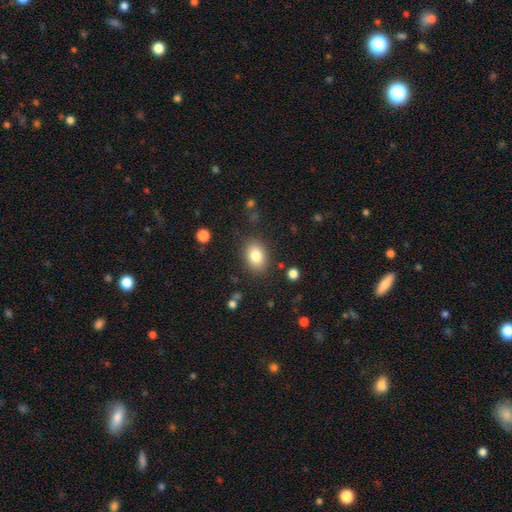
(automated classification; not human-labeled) Smooth or featured?
  - smooth: 82% *
  - featured or disk: 9%
  - star or artifact: 9%
How rounded?
  - in between: 72% *
  - round: 27%
  - cigar-shaped: 1%
Merging?
  - none: 84% *
  - minor disturbance: 10%
  - major disturbance: 4%
  - merger: 2%